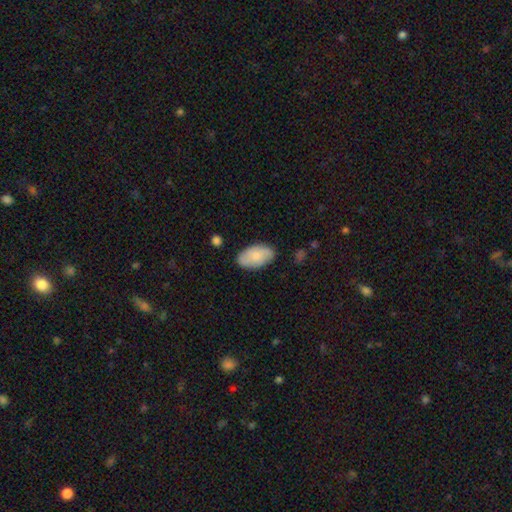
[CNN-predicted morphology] A smooth galaxy with no disk features (79%) that is in between round and cigar-shaped (95%).

Vote fractions:
- Smooth or featured? smooth: 79% / featured or disk: 15% / star or artifact: 6%
- How rounded? in between: 95% / round: 4% / cigar-shaped: 1%
- Merging? none: 80% / minor disturbance: 15% / major disturbance: 3% / merger: 2%